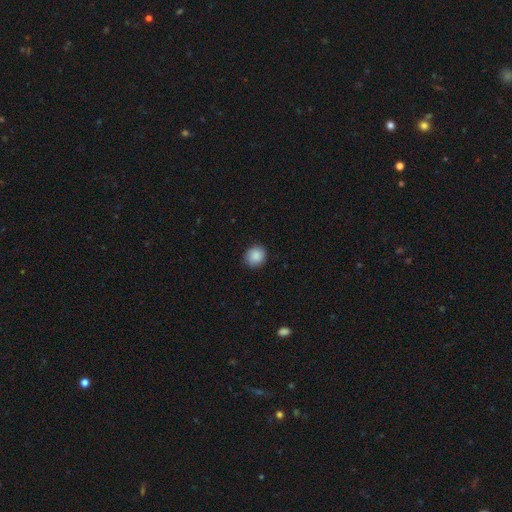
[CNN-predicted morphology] smooth_or_featured: smooth (p=0.88) [alt: star or artifact p=0.08]
how_rounded: round (p=0.79) [alt: in between p=0.20]
merging: none (p=0.87) [alt: minor disturbance p=0.10]